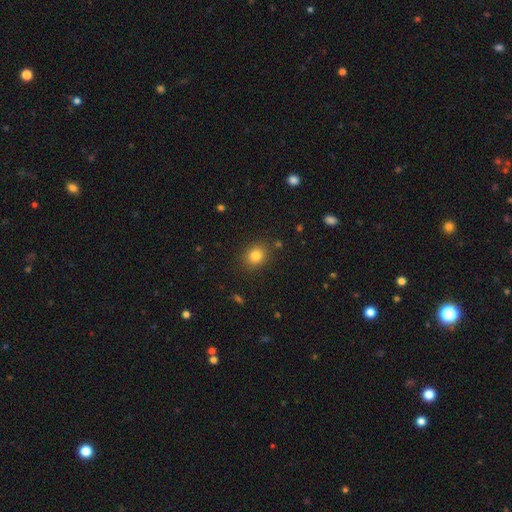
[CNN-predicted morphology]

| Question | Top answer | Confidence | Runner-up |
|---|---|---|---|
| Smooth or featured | smooth | 82% | star or artifact (12%) |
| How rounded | round | 69% | in between (30%) |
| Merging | none | 87% | minor disturbance (8%) |